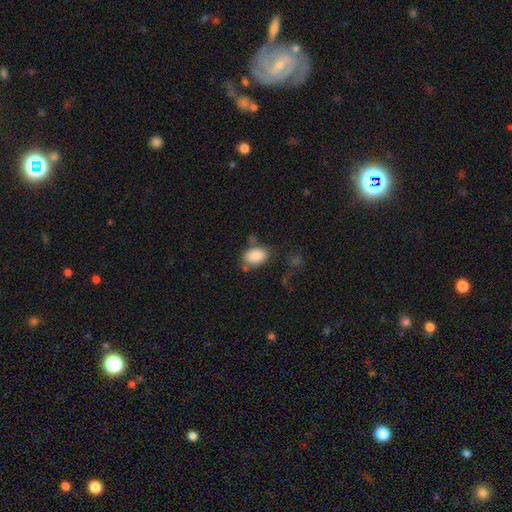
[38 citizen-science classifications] Smooth or featured? smooth (95%)
How rounded? in between (83%)
Merging? none (59%)